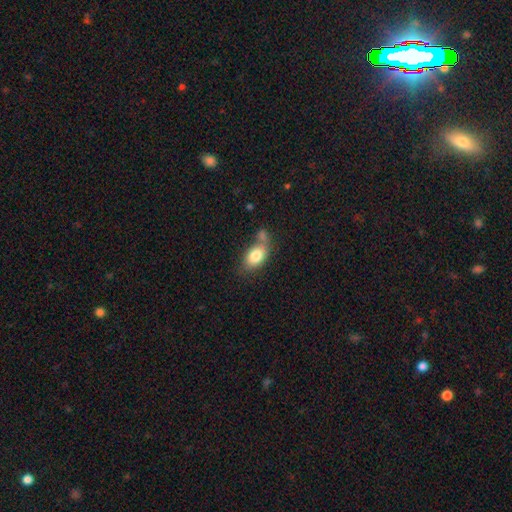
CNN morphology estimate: smooth 80%, featured or disk 12%, star or artifact 7%. Down the decision tree: how rounded — in between (86%); merging — none (43%).